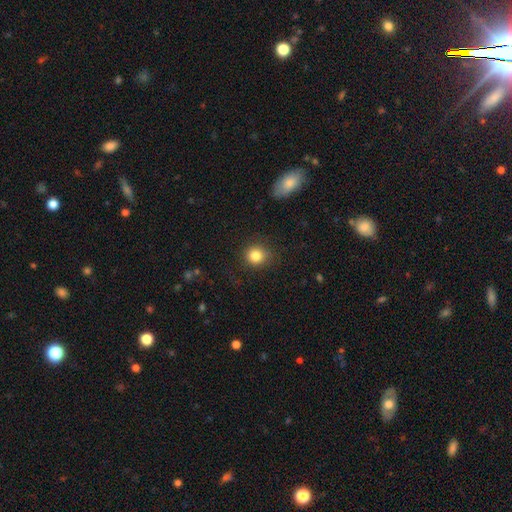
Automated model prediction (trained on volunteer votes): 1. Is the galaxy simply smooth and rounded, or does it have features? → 84% smooth, 11% star or artifact, 6% featured or disk.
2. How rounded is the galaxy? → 88% round, 11% in between, 1% cigar-shaped.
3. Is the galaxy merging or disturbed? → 85% none, 10% minor disturbance, 4% major disturbance, 1% merger.